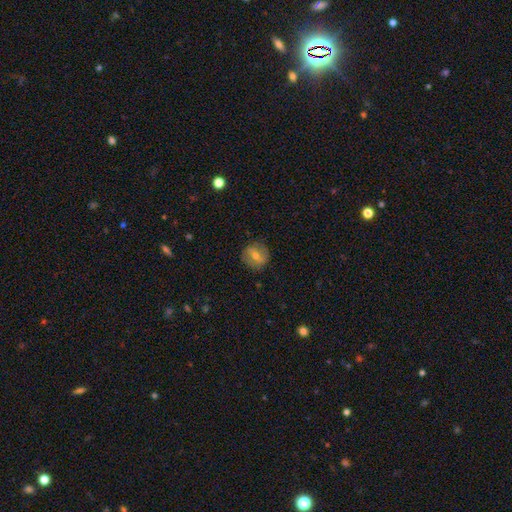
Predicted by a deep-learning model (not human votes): Smooth or featured? Predicted: smooth (p=0.47). Merging? Predicted: none (p=0.85).